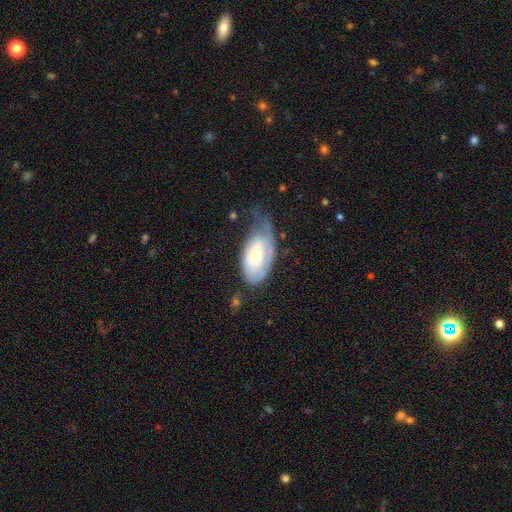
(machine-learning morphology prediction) smooth_or_featured: featured or disk (p=0.55) [alt: smooth p=0.39]
disk_edge_on: no (p=0.92) [alt: yes p=0.08]
bar: no (p=0.68) [alt: weak p=0.26]
has_spiral_arms: yes (p=0.68) [alt: no p=0.32]
bulge_size: moderate (p=0.45) [tied with: small p=0.45]
merging: minor disturbance (p=0.39) [alt: none p=0.32]